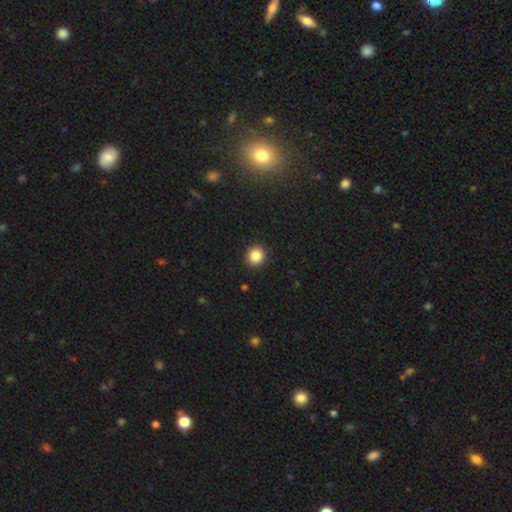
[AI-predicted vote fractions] Morphology: type=smooth (86%); roundness=round (85%); merging=none (92%).